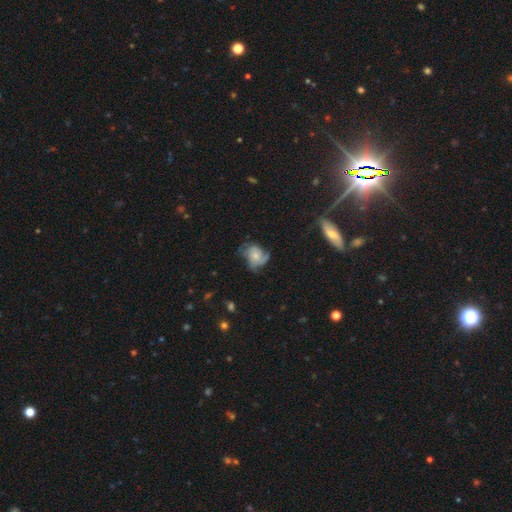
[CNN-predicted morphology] A featured or disk galaxy (62%) with no bar (79%), 3 (33%) medium (42%) spiral arms (85%) and a small central bulge (48%).

Vote fractions:
- Smooth or featured? featured or disk: 62% / smooth: 29% / star or artifact: 9%
- Edge-on disk? no: 97% / yes: 3%
- Bar? no: 79% / weak: 18% / strong: 3%
- Spiral arms? yes: 85% / no: 15%
- Spiral winding? medium: 42% / tight: 35% / loose: 23%
- Spiral arm count? 3: 33% / 2: 25% / can't tell: 23% / 1: 9% / 4: 7% / more than 4: 4%
- Bulge size? small: 48% / moderate: 40% / none: 5% / large: 5% / dominant: 1%
- Merging? none: 47% / minor disturbance: 27% / major disturbance: 23% / merger: 3%